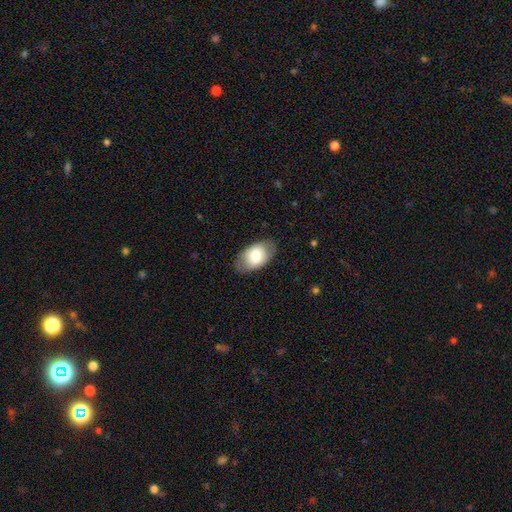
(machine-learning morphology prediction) The model was most divided on "smooth or featured": smooth: 73%, featured or disk: 21%, star or artifact: 6%. More confident: how rounded — in between (93%); merging — none (81%).